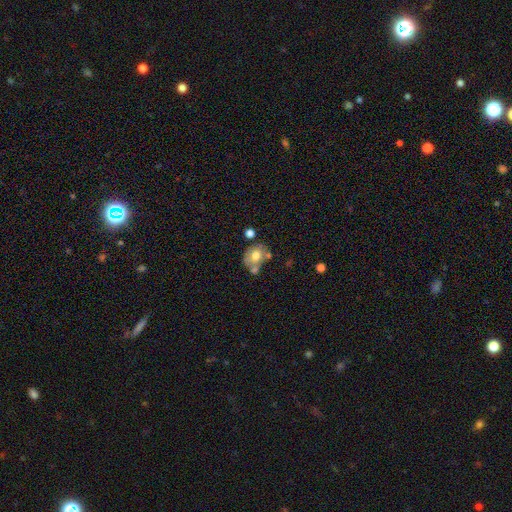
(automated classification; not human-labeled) Smooth or featured? Predicted: smooth (p=0.63). How rounded? Predicted: in between (p=0.54). Merging? Predicted: none (p=0.47).